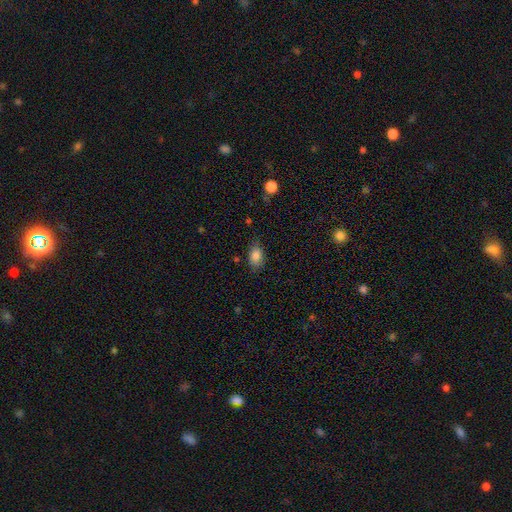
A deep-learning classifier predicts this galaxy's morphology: A smooth galaxy with no disk features (85%) that is in between round and cigar-shaped (88%). Merging: none (79%).